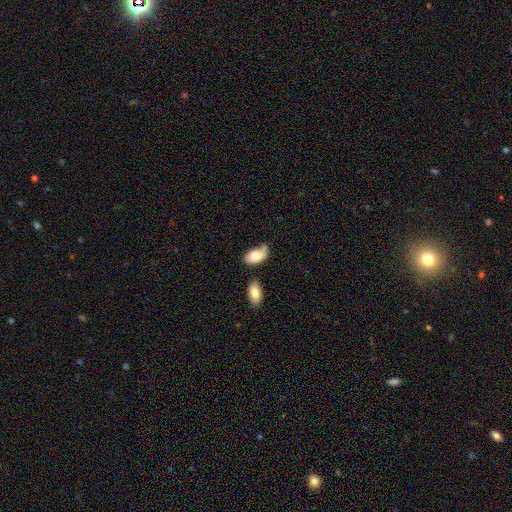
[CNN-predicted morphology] type=smooth (77%); roundness=in between (94%); merging=none (36%).